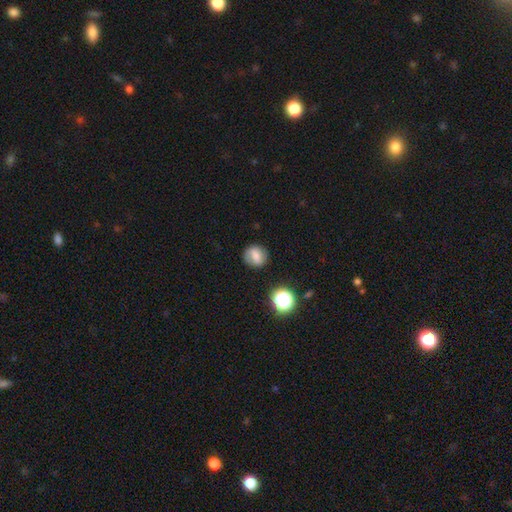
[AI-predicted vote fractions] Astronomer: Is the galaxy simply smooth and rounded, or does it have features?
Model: smooth — 63%.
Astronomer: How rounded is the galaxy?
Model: round — 77%.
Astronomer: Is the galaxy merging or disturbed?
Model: none — 81%.